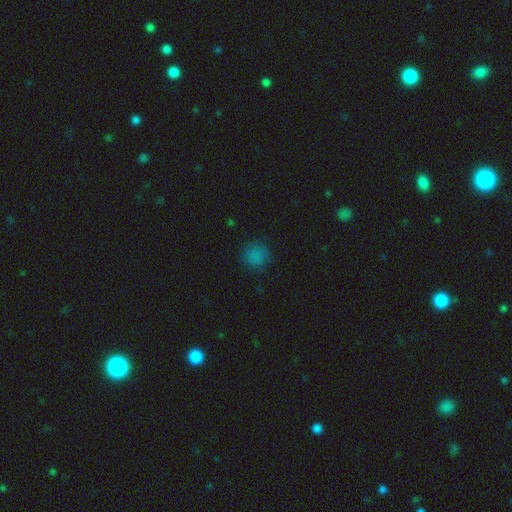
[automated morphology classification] A smooth galaxy with no disk features (80%) that is round (88%). Merging: none (85%).